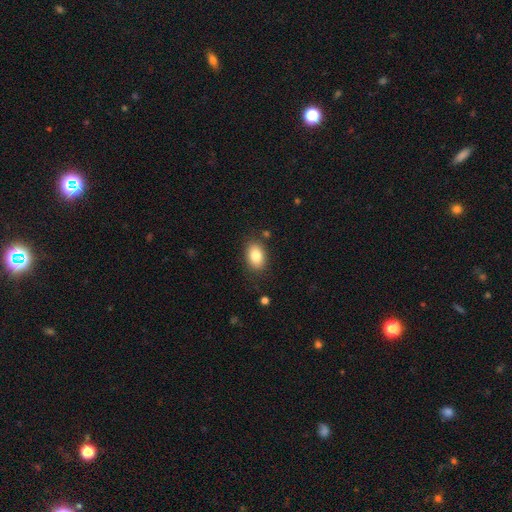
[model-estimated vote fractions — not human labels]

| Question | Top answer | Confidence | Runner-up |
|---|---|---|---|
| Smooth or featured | smooth | 84% | featured or disk (8%) |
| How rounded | in between | 84% | round (14%) |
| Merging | none | 84% | minor disturbance (11%) |